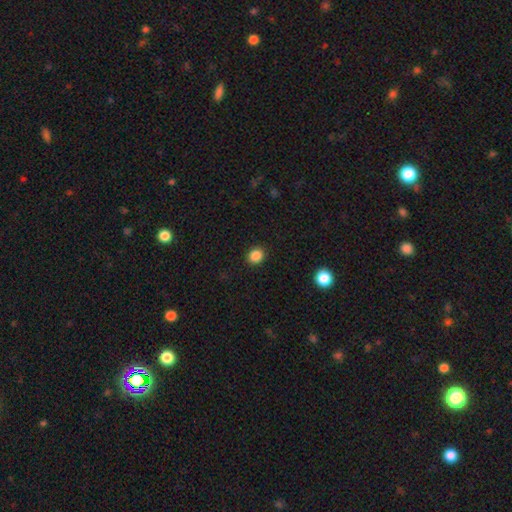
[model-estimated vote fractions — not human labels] Overall: smooth (87%). How rounded: round (69%; in between 30%). Merging: none (91%).